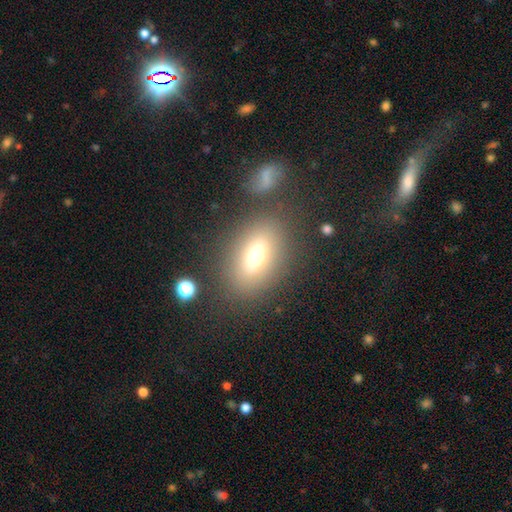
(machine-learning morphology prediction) Q: Smooth or featured?
A: smooth (67%); runner-up: featured or disk (21%)
Q: How rounded?
A: in between (80%); runner-up: round (14%)
Q: Merging?
A: none (77%); runner-up: minor disturbance (11%)